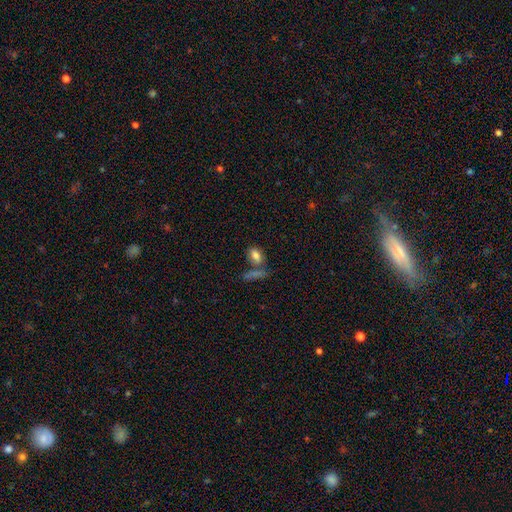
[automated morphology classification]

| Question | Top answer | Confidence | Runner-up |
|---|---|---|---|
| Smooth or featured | smooth | 79% | featured or disk (11%) |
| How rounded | in between | 86% | round (8%) |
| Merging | none | 53% | merger (26%) |